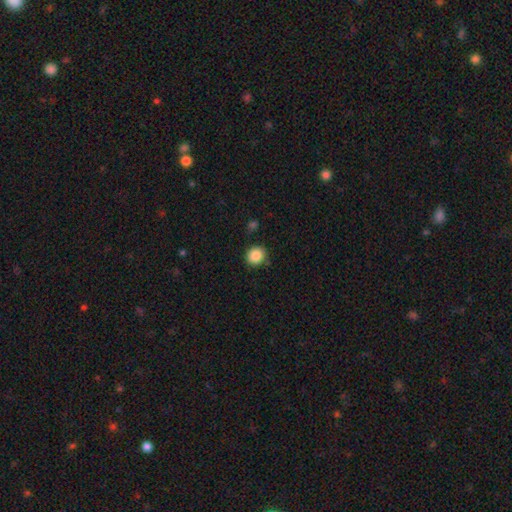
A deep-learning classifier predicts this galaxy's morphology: smooth_or_featured: smooth (p=0.87) [alt: star or artifact p=0.09]
how_rounded: round (p=0.84) [alt: in between p=0.15]
merging: none (p=0.84) [alt: minor disturbance p=0.10]